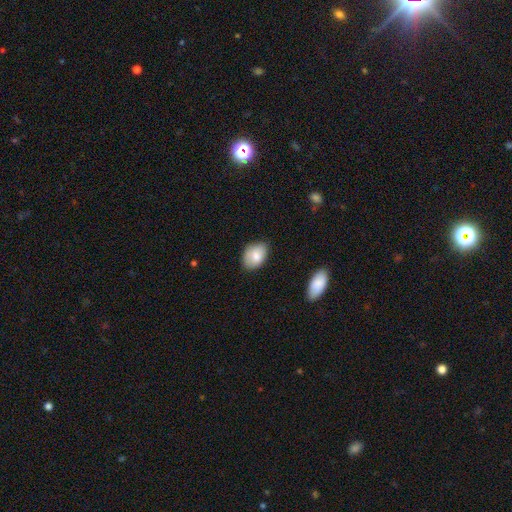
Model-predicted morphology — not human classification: type=smooth (83%); roundness=in between (82%); merging=none (76%).